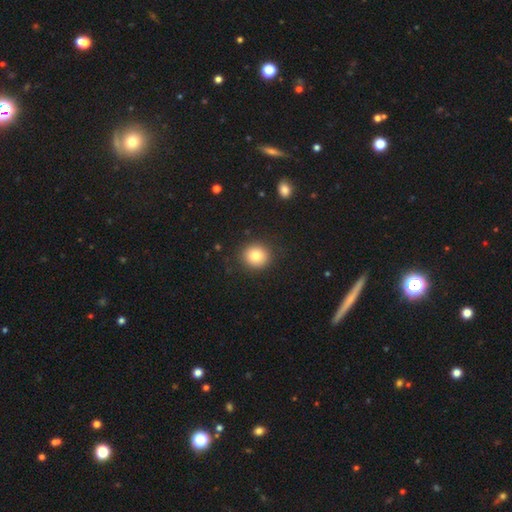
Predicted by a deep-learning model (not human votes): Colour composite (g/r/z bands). It shows a smooth galaxy with no disk features (82%) that is round (88%). Merging: none (89%).